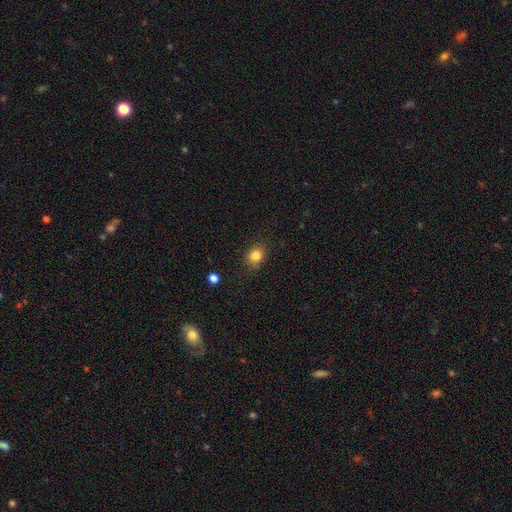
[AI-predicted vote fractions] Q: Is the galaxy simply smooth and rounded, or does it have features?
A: smooth — 83%.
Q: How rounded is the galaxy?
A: round — 54%.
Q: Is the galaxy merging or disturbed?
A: none — 83%.